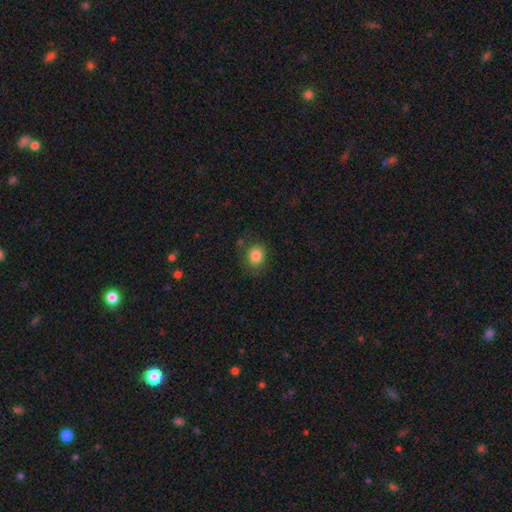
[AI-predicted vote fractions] smooth-or-featured: smooth: 84% | star or artifact: 10% | featured or disk: 6%
  how-rounded: round: 67% | in between: 32% | cigar-shaped: 1%
  merging: none: 78% | minor disturbance: 15% | major disturbance: 5% | merger: 2%